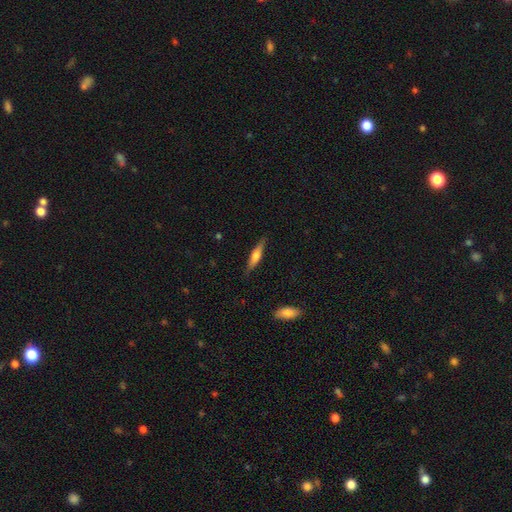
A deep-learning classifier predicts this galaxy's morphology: Smooth or featured?
  - featured or disk: 48% *
  - smooth: 46%
  - star or artifact: 6%
Merging?
  - none: 86% *
  - minor disturbance: 11%
  - major disturbance: 2%
  - merger: 1%